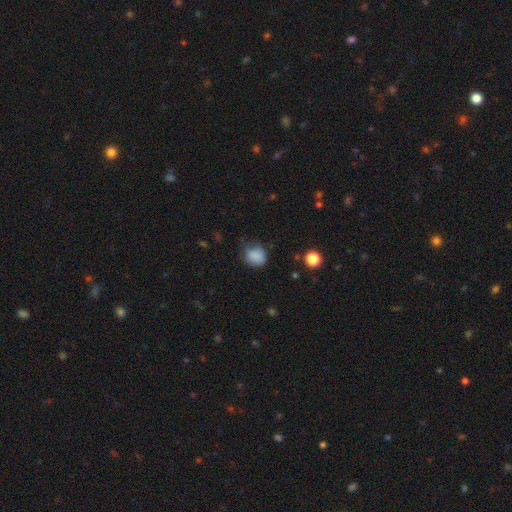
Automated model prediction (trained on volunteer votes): Smooth or featured? smooth (84%)
How rounded? round (67%)
Merging? none (60%)